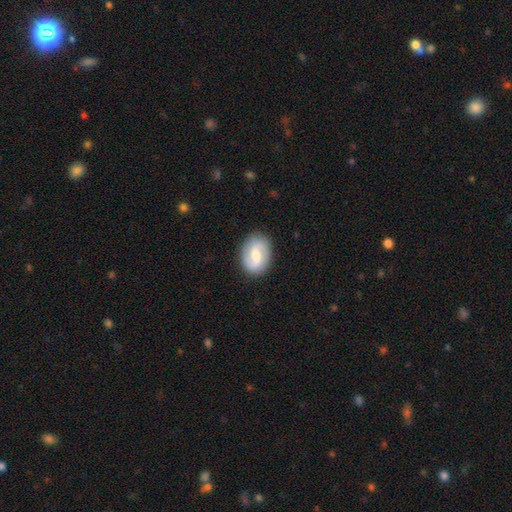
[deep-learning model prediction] The model was most divided on "spiral winding": medium: 43%, loose: 38%, tight: 19%. More confident: edge-on disk — no (97%); spiral arms — yes (91%); spiral arm count — 2 (89%); merging — none (85%); smooth or featured — featured or disk (69%); bar — weak (57%); bulge size — moderate (53%).